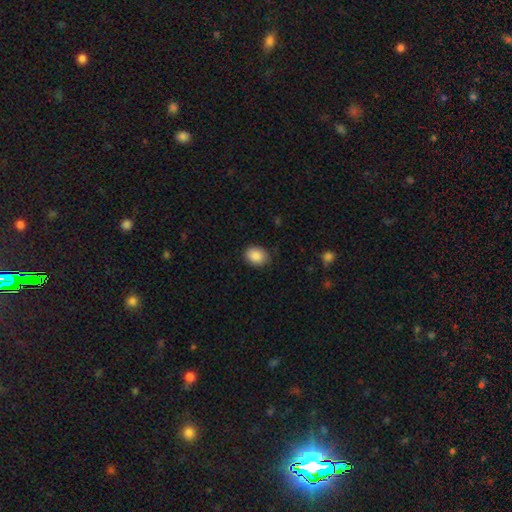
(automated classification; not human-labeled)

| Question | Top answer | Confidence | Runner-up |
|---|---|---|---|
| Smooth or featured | smooth | 88% | star or artifact (8%) |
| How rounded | in between | 53% | round (46%) |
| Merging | none | 85% | minor disturbance (12%) |